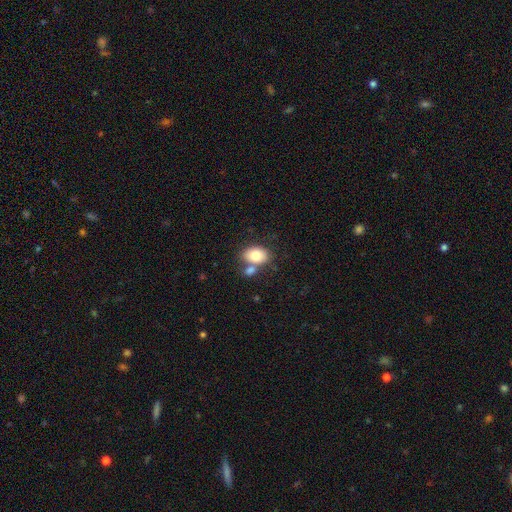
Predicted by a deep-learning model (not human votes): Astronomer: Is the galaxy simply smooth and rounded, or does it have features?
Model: smooth — 79%.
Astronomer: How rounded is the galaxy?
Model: in between — 79%.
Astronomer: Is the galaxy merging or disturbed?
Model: none — 54%.